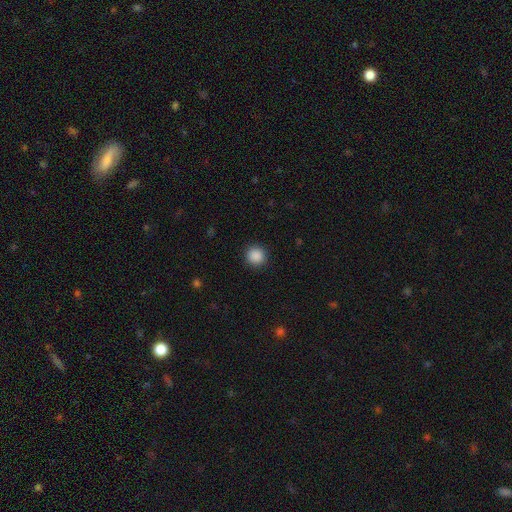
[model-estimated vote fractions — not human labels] smooth_or_featured: smooth (p=0.88) [alt: star or artifact p=0.09]
how_rounded: round (p=0.93) [alt: in between p=0.06]
merging: none (p=0.91) [alt: minor disturbance p=0.06]